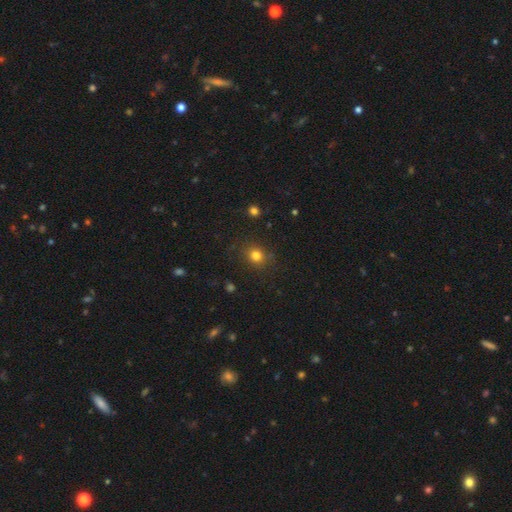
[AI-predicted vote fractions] Smooth or featured: smooth — 79% (star or artifact — 15%)
How rounded: round — 79% (in between — 20%)
Merging: none — 85% (minor disturbance — 9%)